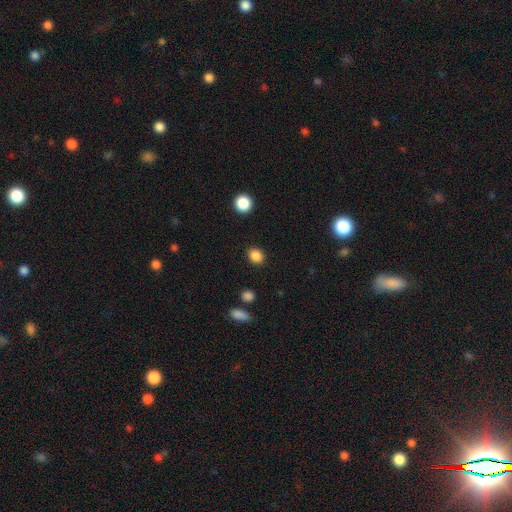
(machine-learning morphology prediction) Q: Smooth or featured?
A: smooth (86%); runner-up: star or artifact (11%)
Q: How rounded?
A: round (66%); runner-up: in between (33%)
Q: Merging?
A: none (89%); runner-up: minor disturbance (7%)